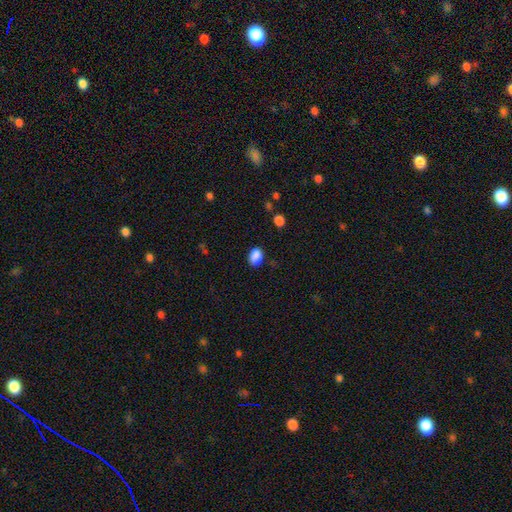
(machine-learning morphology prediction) smooth_or_featured: smooth (p=0.89) [alt: star or artifact p=0.08]
how_rounded: in between (p=0.72) [alt: round p=0.27]
merging: none (p=0.85) [alt: minor disturbance p=0.11]